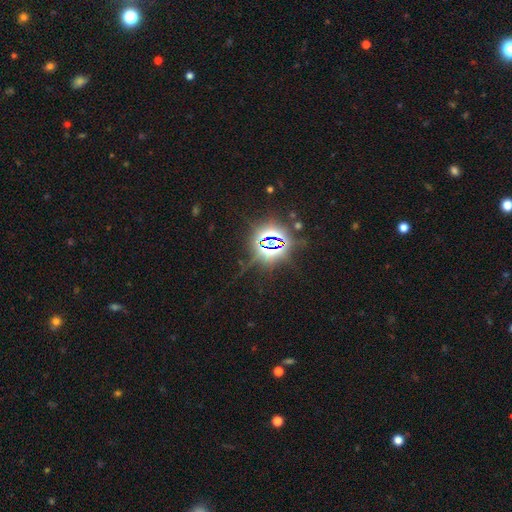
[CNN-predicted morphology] A star or artifact, not a galaxy (85%).